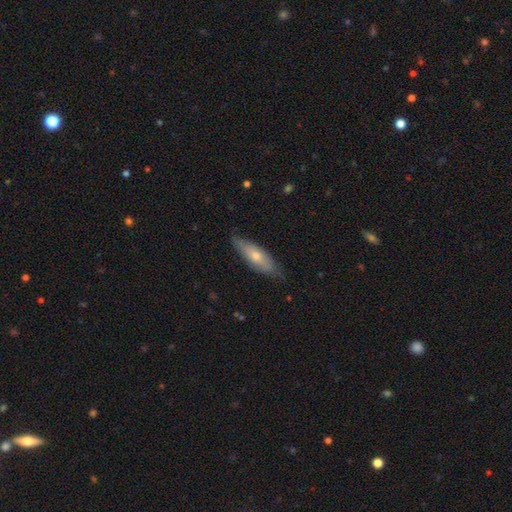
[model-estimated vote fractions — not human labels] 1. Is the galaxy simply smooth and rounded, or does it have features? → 51% smooth, 43% featured or disk, 6% star or artifact.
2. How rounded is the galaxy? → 52% cigar-shaped, 46% in between, 2% round.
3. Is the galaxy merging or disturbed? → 78% none, 18% minor disturbance, 3% major disturbance, 1% merger.